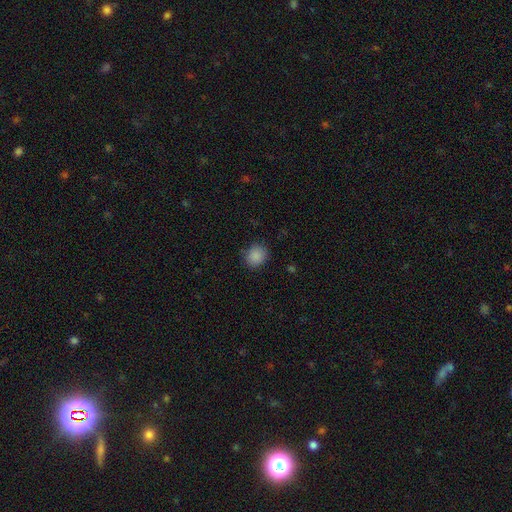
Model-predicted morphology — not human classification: Smooth or featured: smooth — 87% (star or artifact — 9%)
How rounded: round — 72% (in between — 27%)
Merging: none — 83% (minor disturbance — 13%)